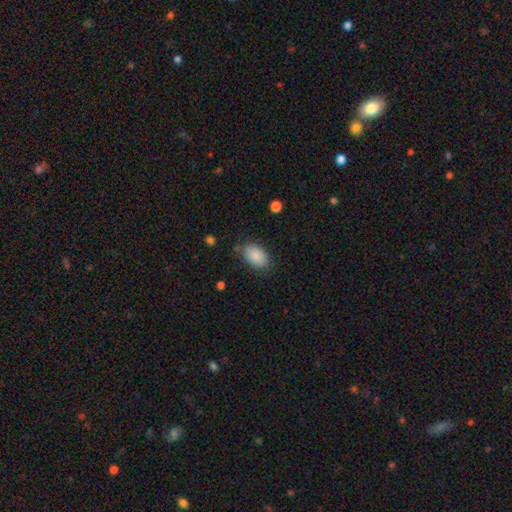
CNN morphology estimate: This is clearly a smooth galaxy (88%). How rounded: clearly in between (91%). Merging: likely none (79%).